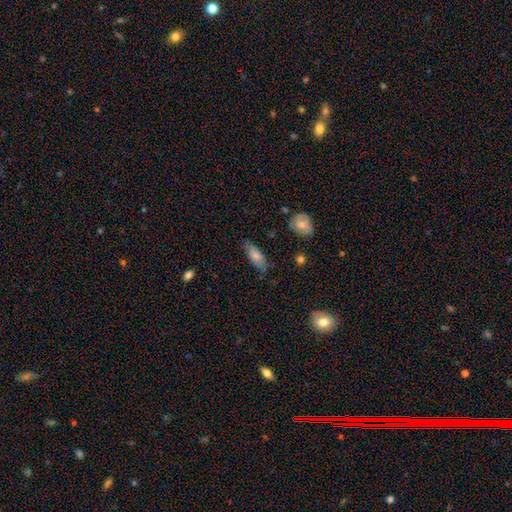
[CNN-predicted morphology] This is likely a smooth galaxy (76%). How rounded: likely in between (72%). Merging: likely none (68%).